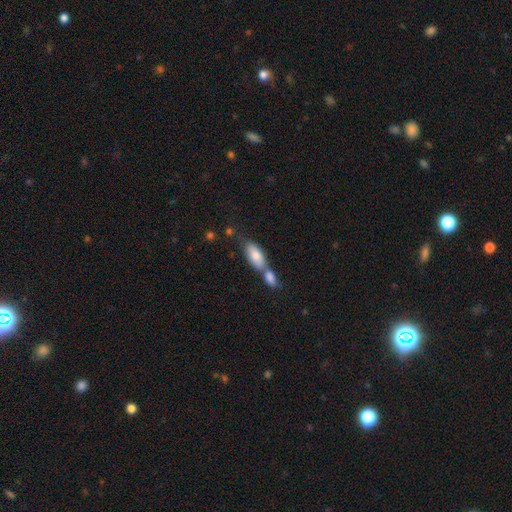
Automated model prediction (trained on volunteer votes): Morphology: type=smooth (77%); roundness=in between (83%); merging=merger (56%).